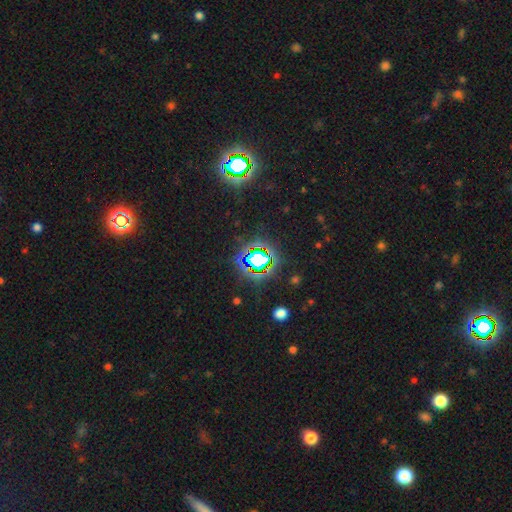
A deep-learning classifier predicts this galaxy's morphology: A star or artifact, not a galaxy (77%).